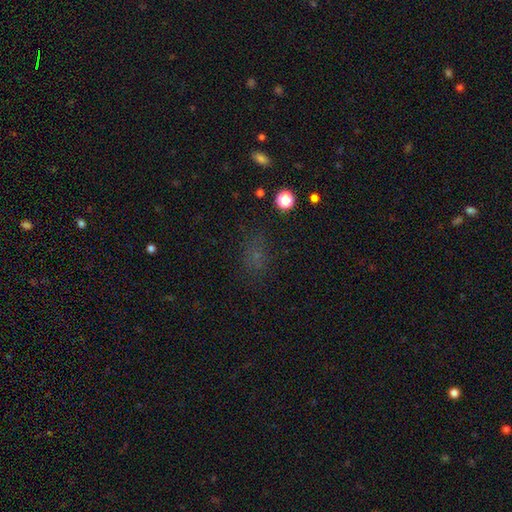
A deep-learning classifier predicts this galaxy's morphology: A smooth galaxy with no disk features (54%) that is in between round and cigar-shaped (65%).

Vote fractions:
- Smooth or featured? smooth: 54% / star or artifact: 34% / featured or disk: 12%
- How rounded? in between: 65% / round: 31% / cigar-shaped: 4%
- Merging? none: 72% / minor disturbance: 16% / major disturbance: 9% / merger: 3%